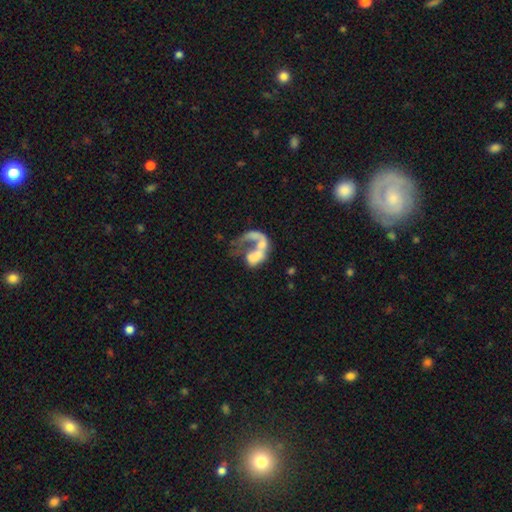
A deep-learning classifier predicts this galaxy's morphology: featured or disk 55%, smooth 35%, star or artifact 10%. Down the decision tree: edge-on disk — no (97%); bar — no (81%); spiral arms — no (63%); bulge size — none (52%); merging — merger (40%).